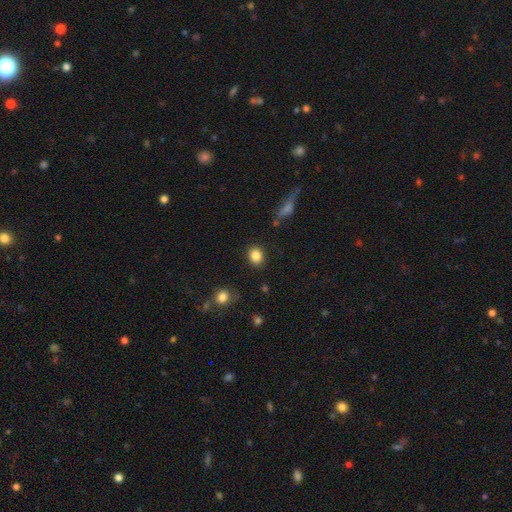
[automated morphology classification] smooth-or-featured: smooth: 86% | star or artifact: 9% | featured or disk: 5%
  how-rounded: round: 58% | in between: 41% | cigar-shaped: 1%
  merging: none: 87% | minor disturbance: 8% | major disturbance: 3% | merger: 2%